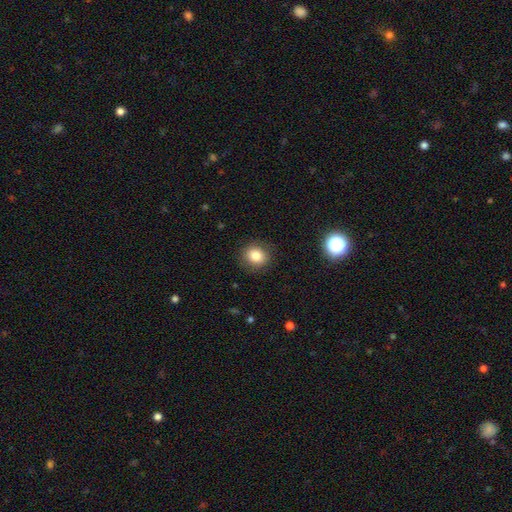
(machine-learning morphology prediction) A smooth galaxy with no disk features (81%) that is round (75%).

Vote fractions:
- Smooth or featured? smooth: 81% / star or artifact: 11% / featured or disk: 8%
- How rounded? round: 75% / in between: 24% / cigar-shaped: 1%
- Merging? none: 87% / minor disturbance: 9% / major disturbance: 3% / merger: 1%